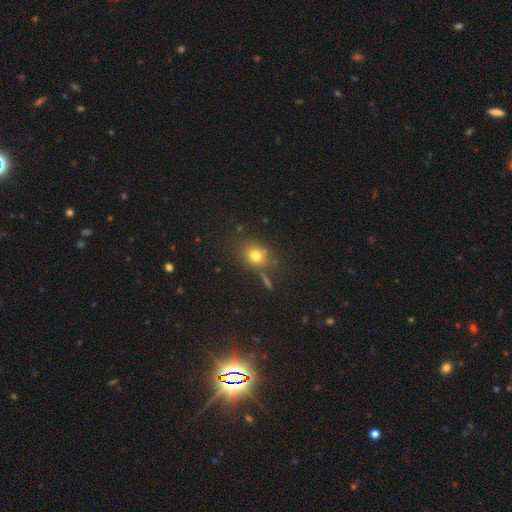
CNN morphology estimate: This appears to be a smooth galaxy with no disk features (75%) that is round (63%). Merging: none (73%).